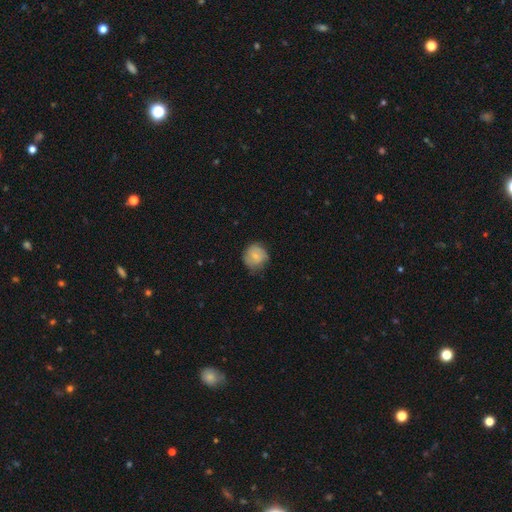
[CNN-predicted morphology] Q: Smooth or featured?
A: smooth (69%); runner-up: featured or disk (24%)
Q: How rounded?
A: round (85%); runner-up: in between (14%)
Q: Merging?
A: none (69%); runner-up: minor disturbance (23%)